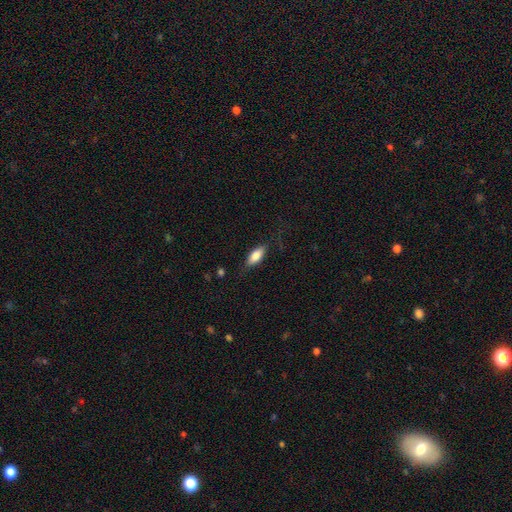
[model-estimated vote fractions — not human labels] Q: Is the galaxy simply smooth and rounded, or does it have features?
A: smooth — 78%.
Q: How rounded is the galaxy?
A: in between — 80%.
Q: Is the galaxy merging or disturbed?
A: none — 74%.